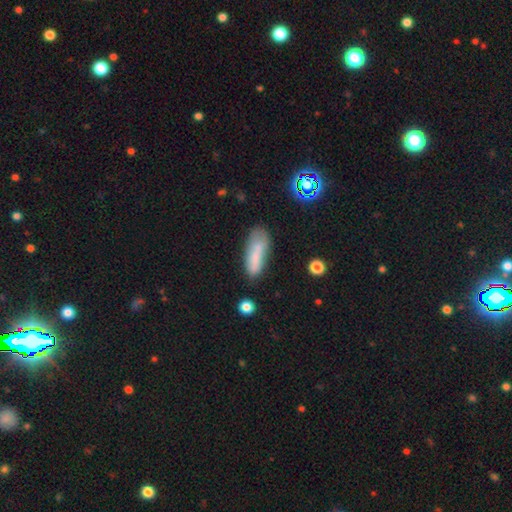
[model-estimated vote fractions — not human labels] A smooth galaxy with no disk features (73%) that is cigar-shaped (51%). Merging: none (51%).